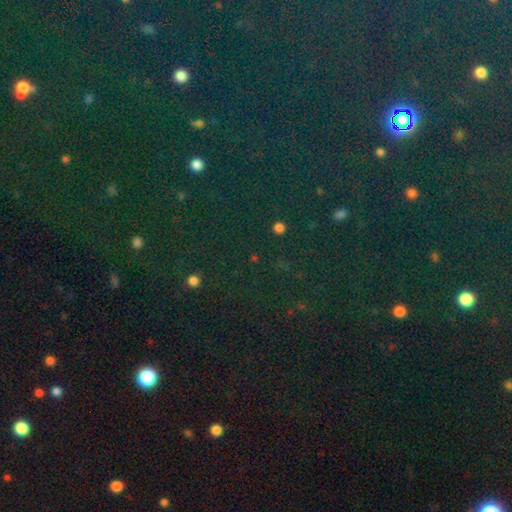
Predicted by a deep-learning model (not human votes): Overall: star or artifact (81%).